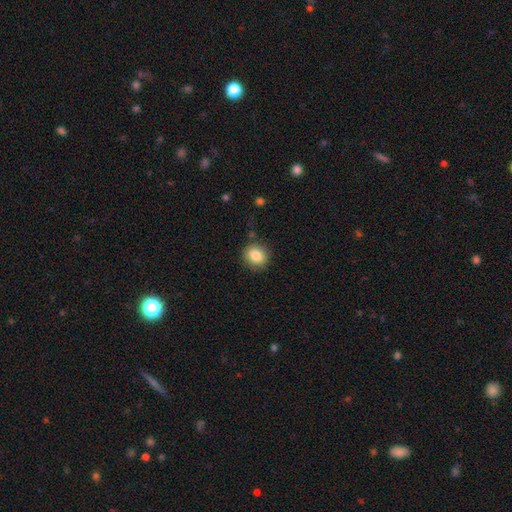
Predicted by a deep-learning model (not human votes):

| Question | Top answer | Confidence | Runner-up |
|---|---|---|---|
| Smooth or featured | smooth | 84% | star or artifact (9%) |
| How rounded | round | 66% | in between (33%) |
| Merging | none | 86% | minor disturbance (10%) |